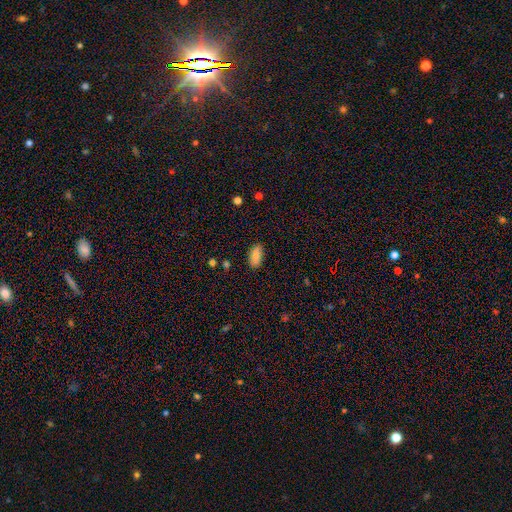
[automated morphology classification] Smooth or featured? Predicted: smooth (p=0.84). How rounded? Predicted: in between (p=0.90). Merging? Predicted: none (p=0.87).